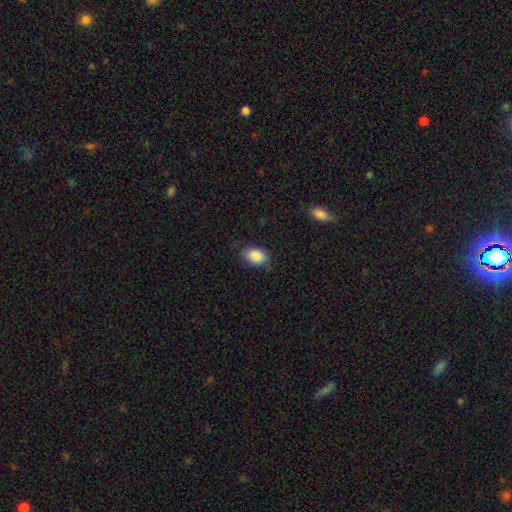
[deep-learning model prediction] smooth 88%, star or artifact 8%, featured or disk 5%. Down the decision tree: how rounded — in between (81%); merging — none (77%).